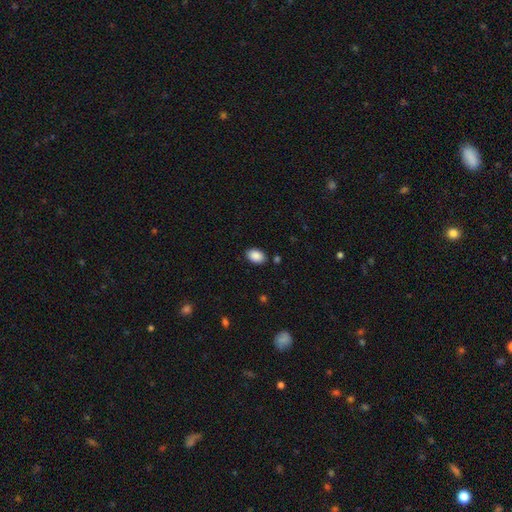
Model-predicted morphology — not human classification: Overall: smooth (89%). How rounded: in between (88%). Merging: none (86%).